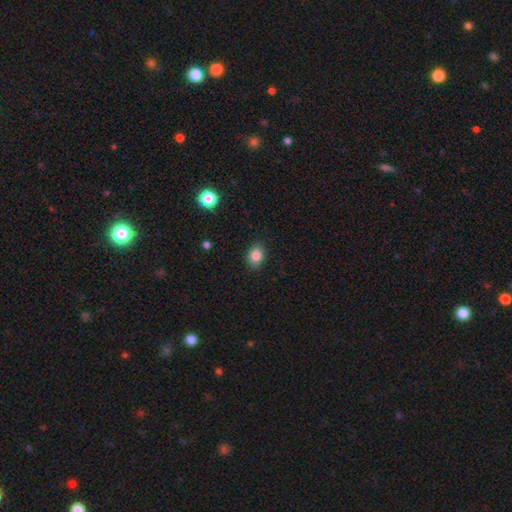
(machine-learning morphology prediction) smooth-or-featured: smooth: 83% | star or artifact: 10% | featured or disk: 7%
  how-rounded: in between: 71% | round: 28% | cigar-shaped: 1%
  merging: none: 88% | minor disturbance: 9% | major disturbance: 2% | merger: 1%